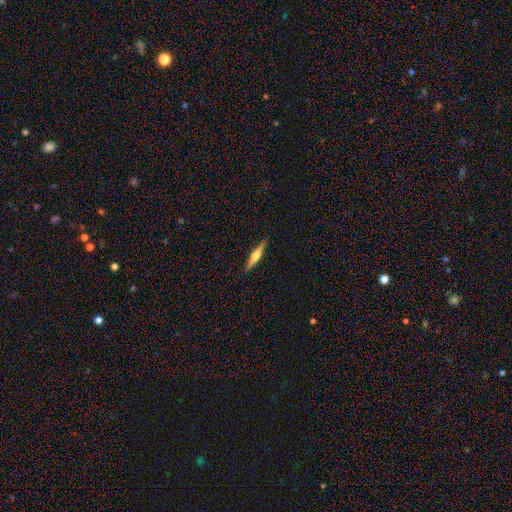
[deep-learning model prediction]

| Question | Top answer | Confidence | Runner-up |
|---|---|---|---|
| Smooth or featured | featured or disk | 62% | smooth (32%) |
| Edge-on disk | yes | 97% | no (3%) |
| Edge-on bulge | rounded | 91% | boxy (5%) |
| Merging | none | 90% | minor disturbance (7%) |